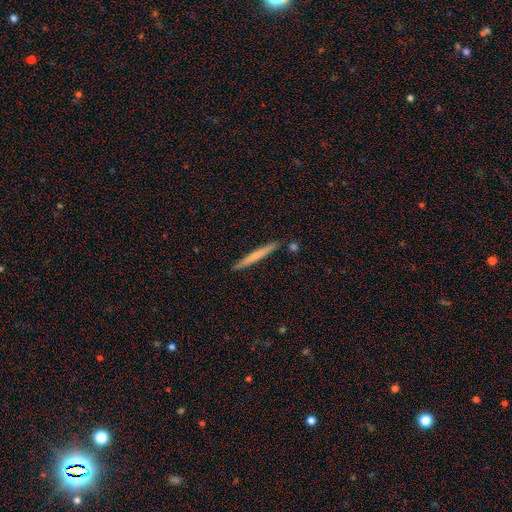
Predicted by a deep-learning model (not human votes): smooth-or-featured: smooth: 59% | featured or disk: 36% | star or artifact: 6%
  how-rounded: cigar-shaped: 97% | in between: 2% | round: 1%
  merging: none: 89% | minor disturbance: 7% | merger: 3% | major disturbance: 1%